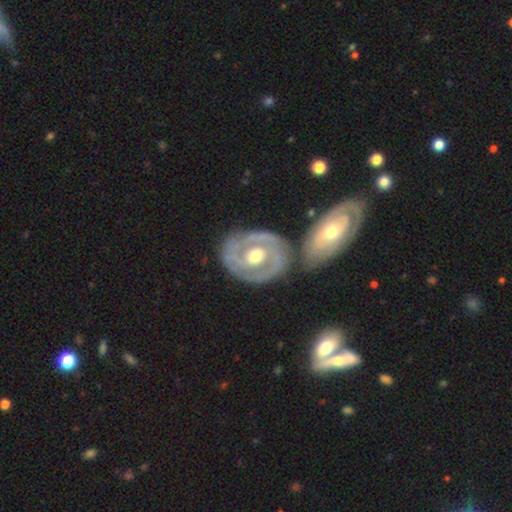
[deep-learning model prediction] Smooth or featured?
  - featured or disk: 80% *
  - smooth: 16%
  - star or artifact: 4%
Edge-on disk?
  - no: 96% *
  - yes: 4%
Bar?
  - no: 61% *
  - weak: 27%
  - strong: 12%
Spiral arms?
  - yes: 76% *
  - no: 24%
Spiral winding?
  - tight: 67% *
  - medium: 25%
  - loose: 8%
Spiral arm count?
  - 2: 57% *
  - can't tell: 21%
  - 3: 9%
  - 1: 7%
  - 4: 3%
  - more than 4: 3%
Bulge size?
  - moderate: 76% *
  - large: 11%
  - small: 10%
  - dominant: 1%
  - none: 1%
Merging?
  - none: 59% *
  - merger: 21%
  - minor disturbance: 15%
  - major disturbance: 6%